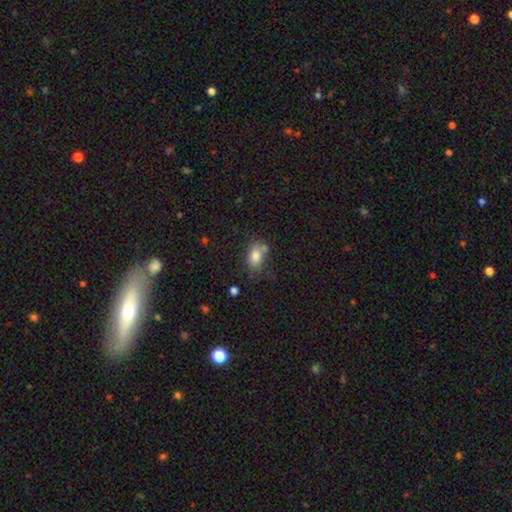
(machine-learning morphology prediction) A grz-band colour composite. It shows a smooth galaxy with no disk features (80%) that is in between round and cigar-shaped (83%). Merging: none (56%).